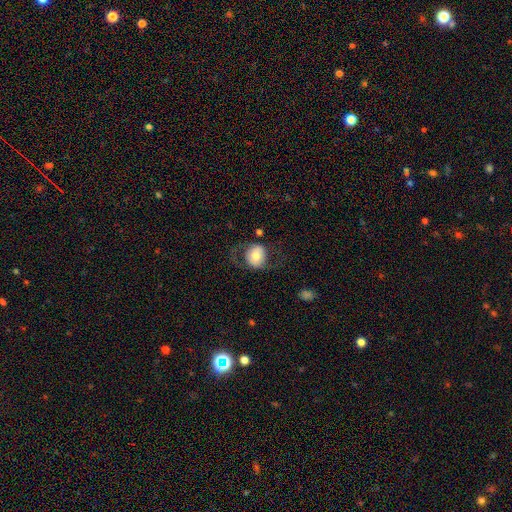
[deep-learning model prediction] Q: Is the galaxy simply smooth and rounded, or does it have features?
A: smooth — 49%.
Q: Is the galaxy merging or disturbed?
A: none — 61%.